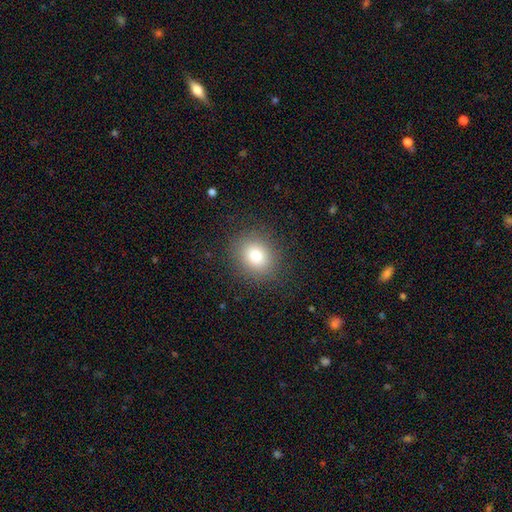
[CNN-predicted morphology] A smooth galaxy with no disk features (78%) that is round (68%). Merging: none (87%).